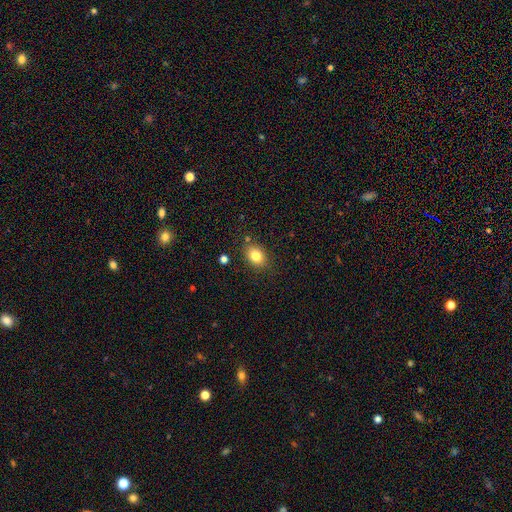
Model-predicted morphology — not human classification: type=smooth (81%); roundness=in between (64%); merging=none (82%).